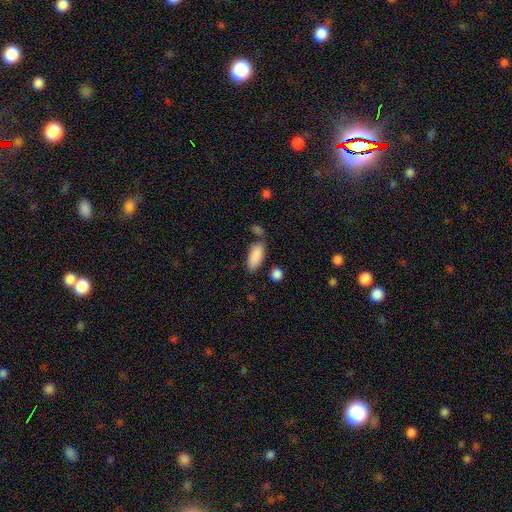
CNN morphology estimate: Smooth or featured: smooth — 89% (star or artifact — 6%)
How rounded: in between — 84% (cigar-shaped — 13%)
Merging: none — 72% (minor disturbance — 14%)